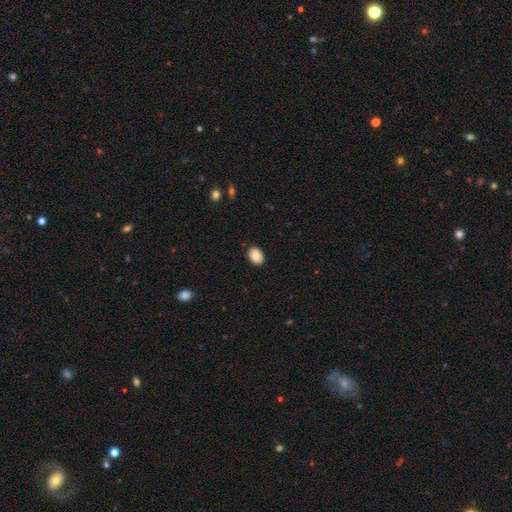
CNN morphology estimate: A smooth galaxy with no disk features (90%) that is in between round and cigar-shaped (82%).

Vote fractions:
- Smooth or featured? smooth: 90% / star or artifact: 7% / featured or disk: 3%
- How rounded? in between: 82% / round: 17% / cigar-shaped: 1%
- Merging? none: 89% / minor disturbance: 8% / major disturbance: 2% / merger: 1%